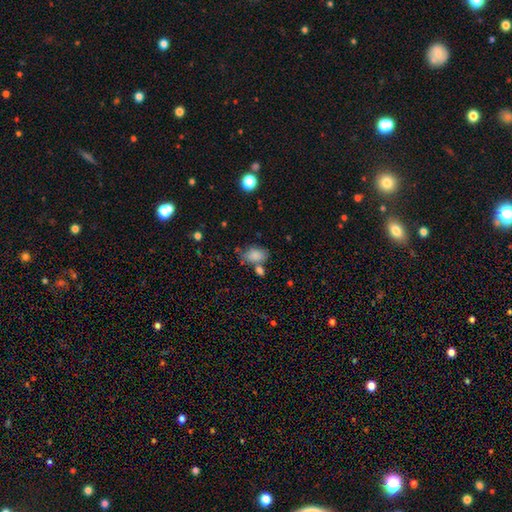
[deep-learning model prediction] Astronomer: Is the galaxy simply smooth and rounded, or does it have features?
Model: smooth — 84%.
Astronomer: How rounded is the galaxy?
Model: in between — 84%.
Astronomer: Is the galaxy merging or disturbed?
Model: none — 57%.